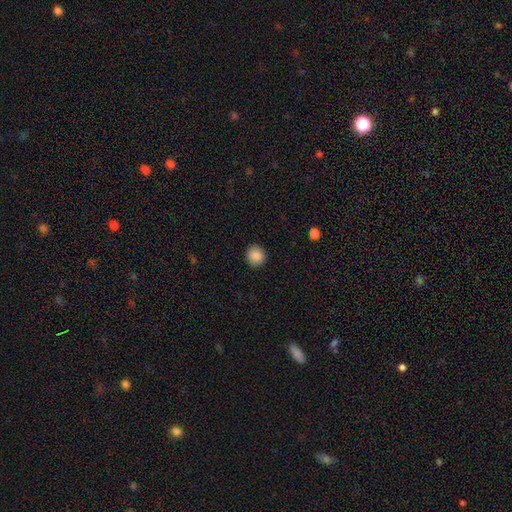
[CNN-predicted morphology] Overall: smooth (88%). How rounded: round (91%). Merging: none (91%).